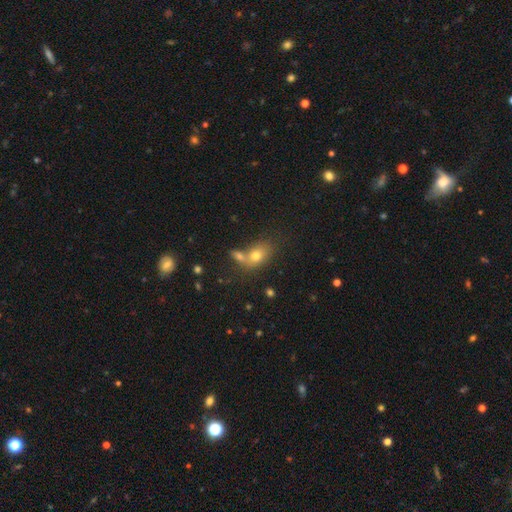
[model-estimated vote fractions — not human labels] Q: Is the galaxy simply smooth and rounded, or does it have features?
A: smooth — 72%.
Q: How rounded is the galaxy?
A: in between — 73%.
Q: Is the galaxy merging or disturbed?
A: none — 41%.